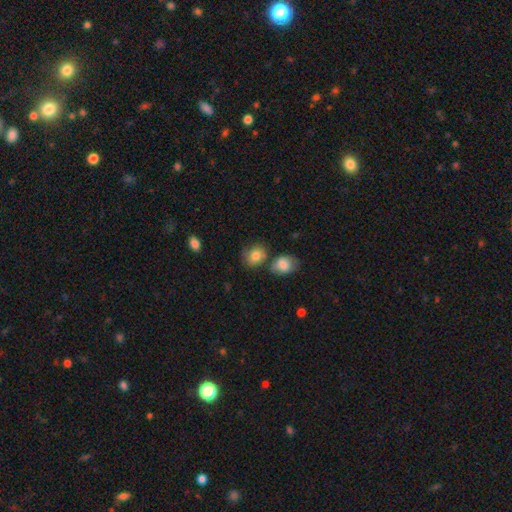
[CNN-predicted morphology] Smooth or featured? smooth (81%)
How rounded? round (55%)
Merging? none (59%)